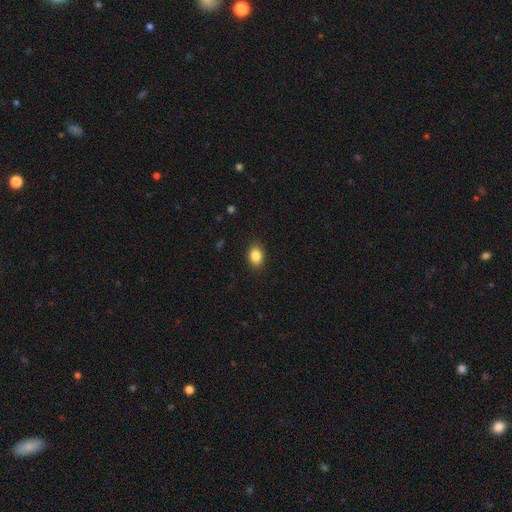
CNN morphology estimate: A smooth galaxy with no disk features (86%) that is in between round and cigar-shaped (74%). Merging: none (89%).